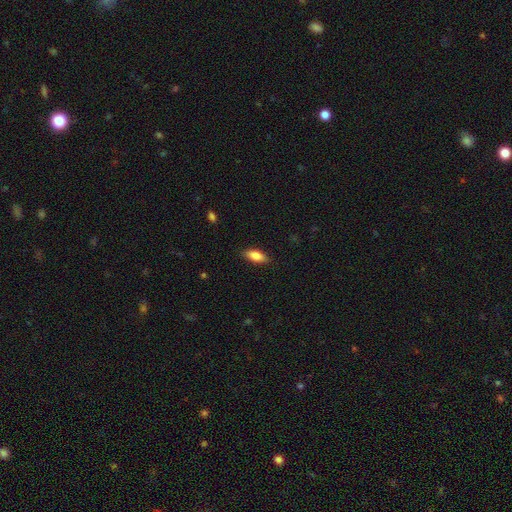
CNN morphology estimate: This appears to be a smooth galaxy with no disk features (79%) that is in between round and cigar-shaped (75%). Merging: none (86%).